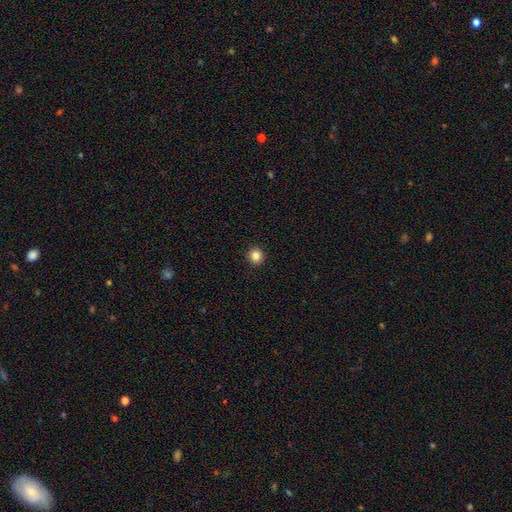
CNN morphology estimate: A smooth galaxy with no disk features (85%) that is round (94%).

Vote fractions:
- Smooth or featured? smooth: 85% / star or artifact: 11% / featured or disk: 4%
- How rounded? round: 94% / in between: 5% / cigar-shaped: 1%
- Merging? none: 93% / minor disturbance: 4% / major disturbance: 1% / merger: 1%